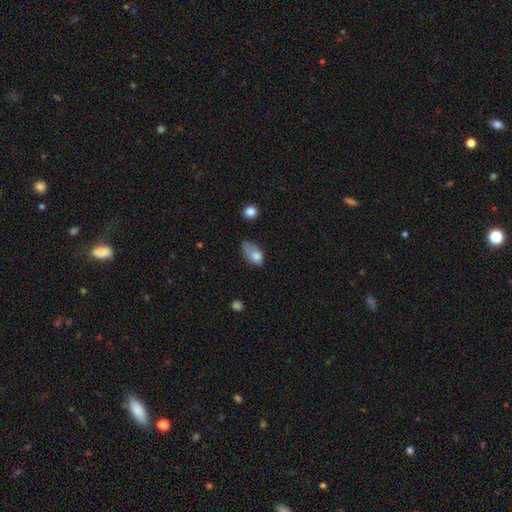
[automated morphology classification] This appears to be a smooth galaxy with no disk features (75%) that is in between round and cigar-shaped (86%). Merging: minor disturbance (38%).